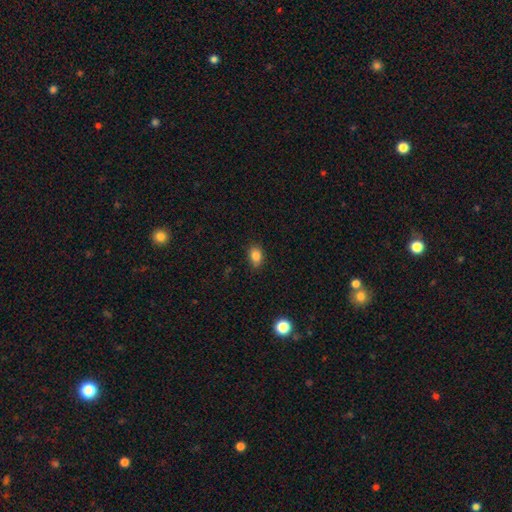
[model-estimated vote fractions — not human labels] smooth-or-featured: smooth: 84% | star or artifact: 10% | featured or disk: 5%
  how-rounded: in between: 73% | round: 25% | cigar-shaped: 1%
  merging: none: 84% | minor disturbance: 12% | major disturbance: 3% | merger: 1%